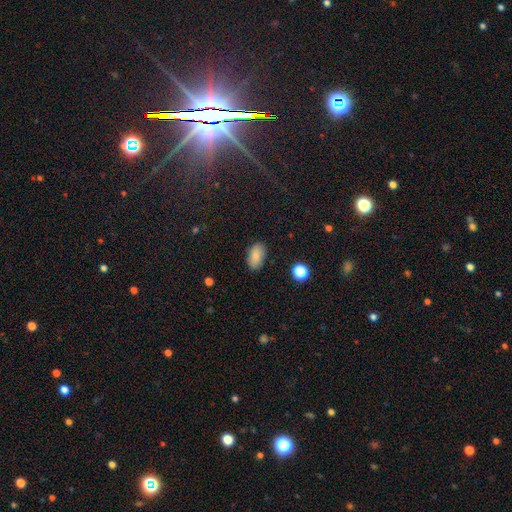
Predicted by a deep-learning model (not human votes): A smooth galaxy with no disk features (86%) that is in between round and cigar-shaped (92%).

Vote fractions:
- Smooth or featured? smooth: 86% / star or artifact: 8% / featured or disk: 6%
- How rounded? in between: 92% / round: 6% / cigar-shaped: 2%
- Merging? none: 87% / minor disturbance: 10% / major disturbance: 2% / merger: 1%